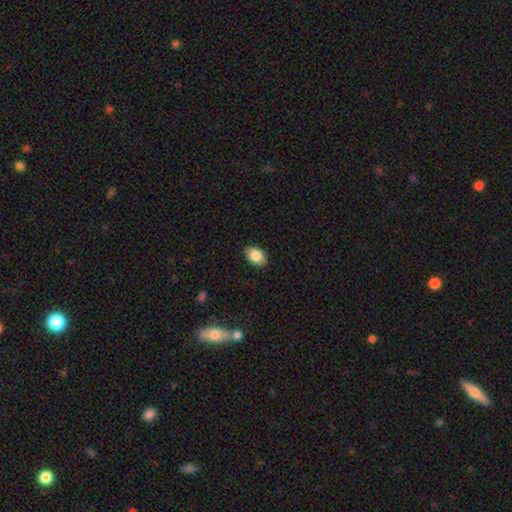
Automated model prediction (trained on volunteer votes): A smooth galaxy with no disk features (86%) that is in between round and cigar-shaped (86%). Merging: none (89%).